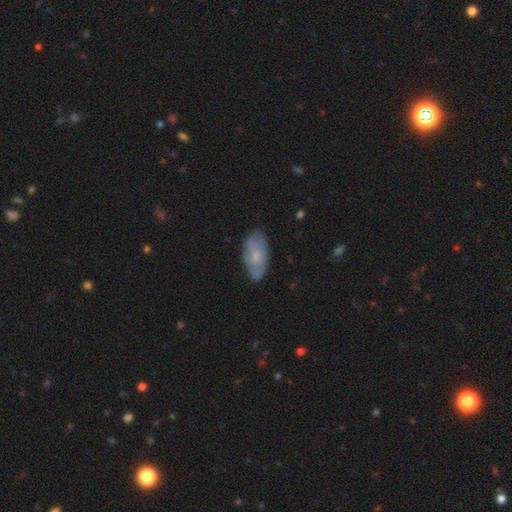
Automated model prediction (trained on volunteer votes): A smooth galaxy with no disk features (56%) that is in between round and cigar-shaped (92%).

Vote fractions:
- Smooth or featured? smooth: 56% / featured or disk: 37% / star or artifact: 7%
- How rounded? in between: 92% / cigar-shaped: 5% / round: 3%
- Merging? none: 76% / minor disturbance: 19% / major disturbance: 4% / merger: 1%